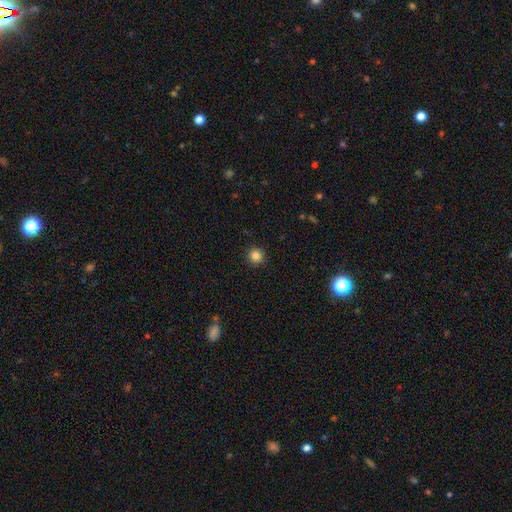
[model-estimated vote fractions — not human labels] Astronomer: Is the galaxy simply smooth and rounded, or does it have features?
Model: smooth — 84%.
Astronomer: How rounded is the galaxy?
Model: round — 94%.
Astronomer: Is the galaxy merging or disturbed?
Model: none — 92%.